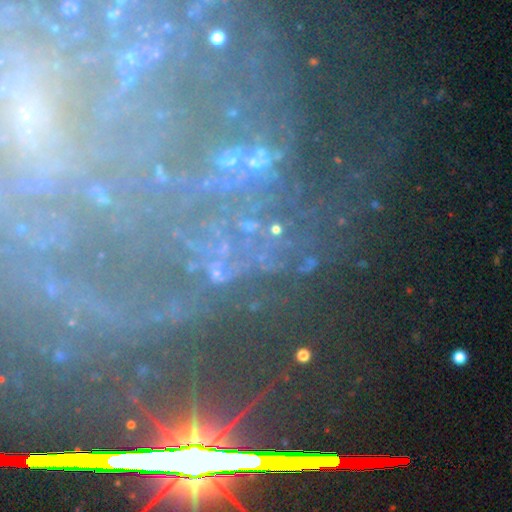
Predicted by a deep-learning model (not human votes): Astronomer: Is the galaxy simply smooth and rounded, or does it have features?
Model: star or artifact — 59%.